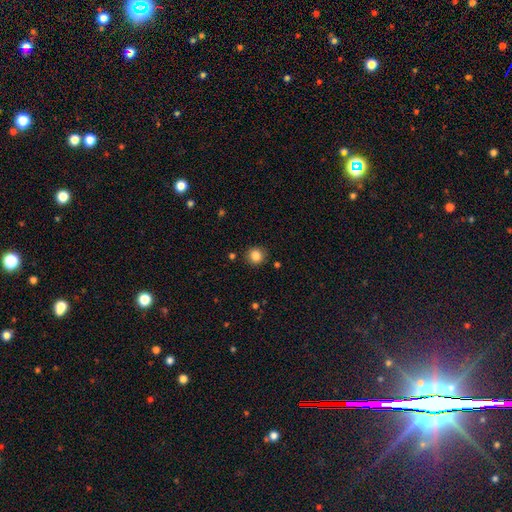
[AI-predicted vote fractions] Smooth or featured? Predicted: smooth (p=0.85). How rounded? Predicted: round (p=0.92). Merging? Predicted: none (p=0.89).